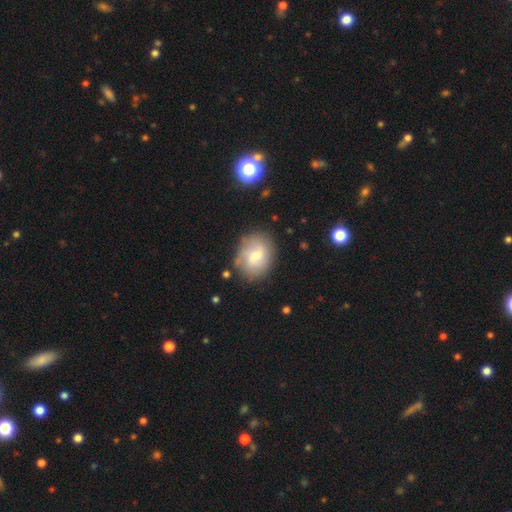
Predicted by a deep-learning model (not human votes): Smooth or featured? Predicted: smooth (p=0.55). How rounded? Predicted: in between (p=0.50). Merging? Predicted: none (p=0.69).